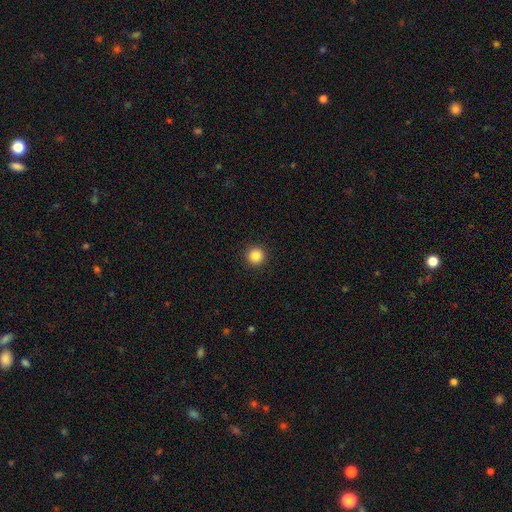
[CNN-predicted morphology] This appears to be a smooth galaxy with no disk features (85%) that is round (96%). Merging: none (93%).